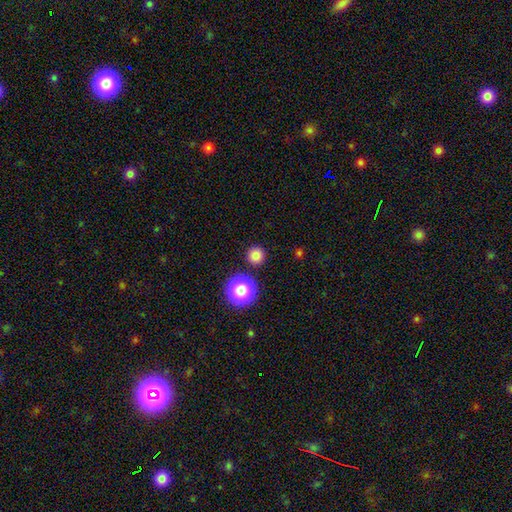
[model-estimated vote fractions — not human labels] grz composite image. It shows a smooth galaxy with no disk features (80%) that is round (96%). Merging: none (88%).